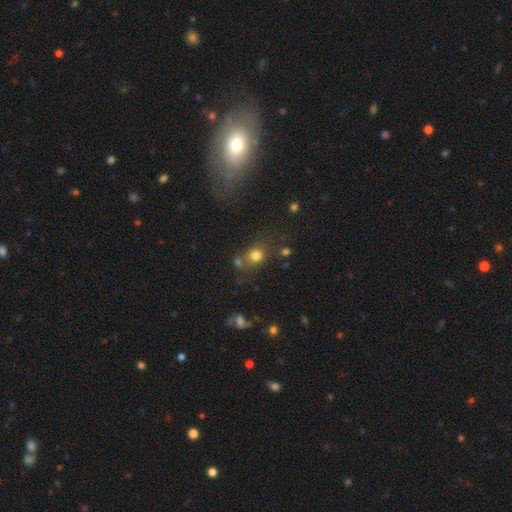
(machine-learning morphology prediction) Smooth or featured: smooth — 75% (star or artifact — 15%)
How rounded: round — 70% (in between — 29%)
Merging: none — 61% (merger — 18%)